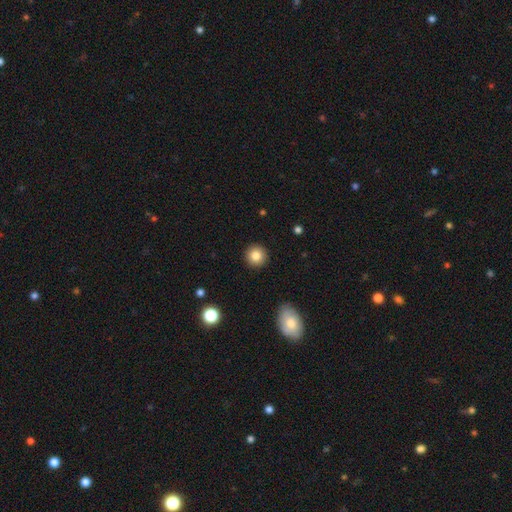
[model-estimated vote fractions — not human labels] A smooth galaxy with no disk features (83%) that is round (94%). Merging: none (92%).